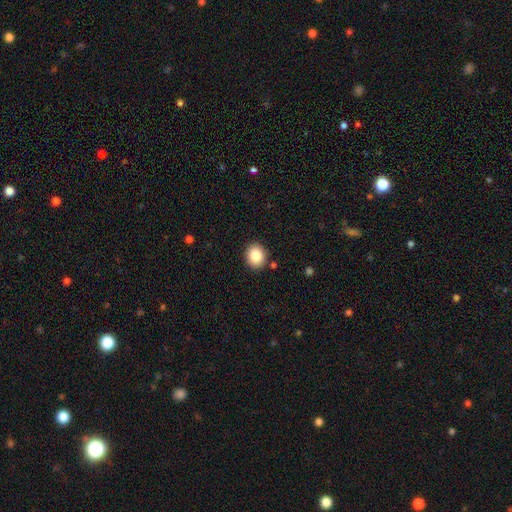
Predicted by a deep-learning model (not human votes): Smooth or featured?
  - smooth: 85% *
  - star or artifact: 9%
  - featured or disk: 6%
How rounded?
  - round: 62% *
  - in between: 37%
  - cigar-shaped: 1%
Merging?
  - none: 88% *
  - minor disturbance: 8%
  - merger: 2%
  - major disturbance: 2%